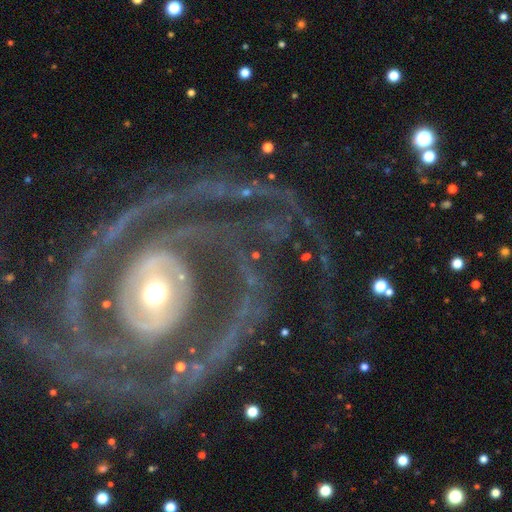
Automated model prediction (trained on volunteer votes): Smooth or featured: featured or disk — 71% (star or artifact — 18%)
Edge-on disk: no — 93% (yes — 7%)
Bar: no — 49% (strong — 28%)
Spiral arms: yes — 81% (no — 19%)
Spiral winding: medium — 40% (tight — 35%)
Spiral arm count: 2 — 45% (can't tell — 19%)
Bulge size: moderate — 53% (small — 29%)
Merging: none — 60% (major disturbance — 21%)